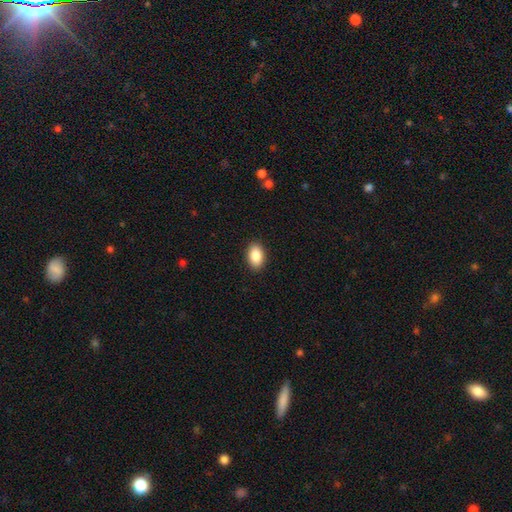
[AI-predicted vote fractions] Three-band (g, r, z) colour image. It shows a smooth galaxy with no disk features (89%) that is in between round and cigar-shaped (91%). Merging: none (89%).